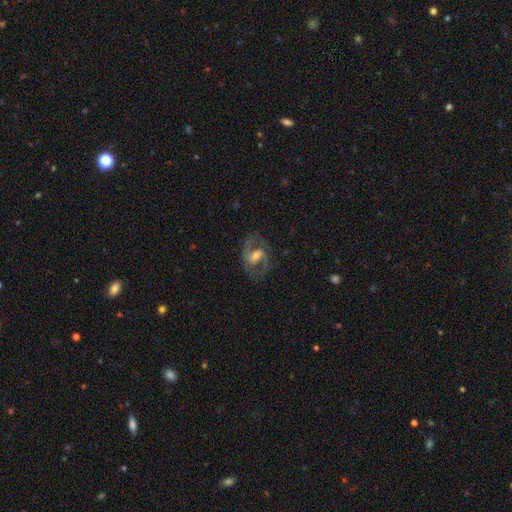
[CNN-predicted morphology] A featured or disk galaxy (83%) with a weak bar (50%), 2 (90%) medium (60%) spiral arms (92%) and a moderate central bulge (56%). Merging: none (77%).